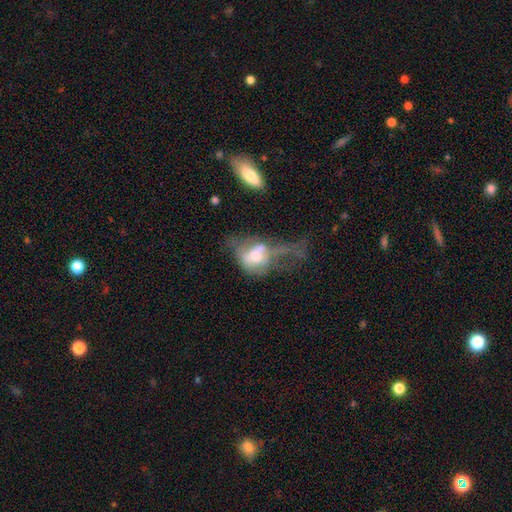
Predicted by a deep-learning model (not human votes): Smooth or featured: featured or disk — 47% (smooth — 44%)
Merging: major disturbance — 47% (merger — 27%)